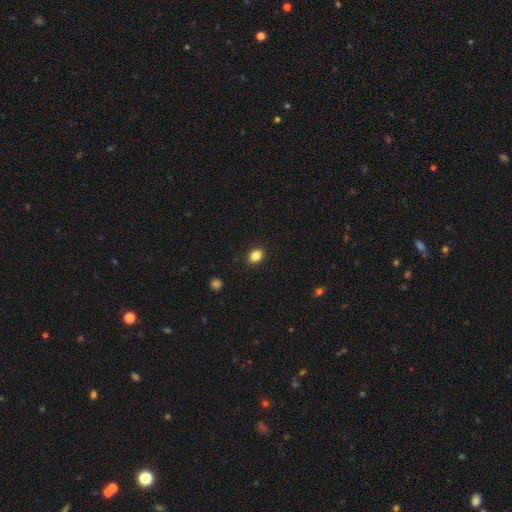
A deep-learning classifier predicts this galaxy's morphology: smooth-or-featured: smooth: 85% | star or artifact: 10% | featured or disk: 5%
  how-rounded: in between: 64% | round: 35% | cigar-shaped: 1%
  merging: none: 90% | minor disturbance: 7% | major disturbance: 2% | merger: 1%